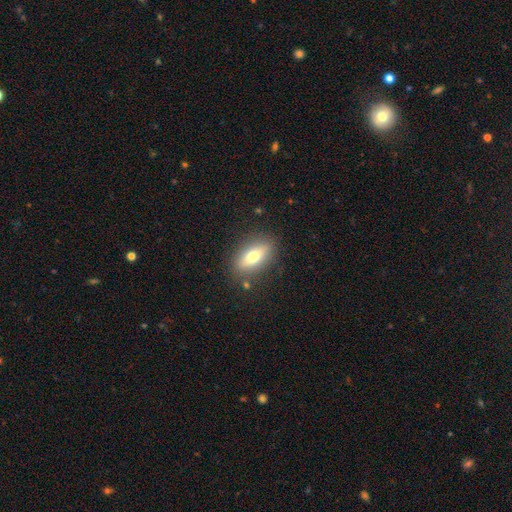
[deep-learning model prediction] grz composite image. It shows a smooth galaxy with no disk features (61%) that is in between round and cigar-shaped (73%). Merging: none (85%).